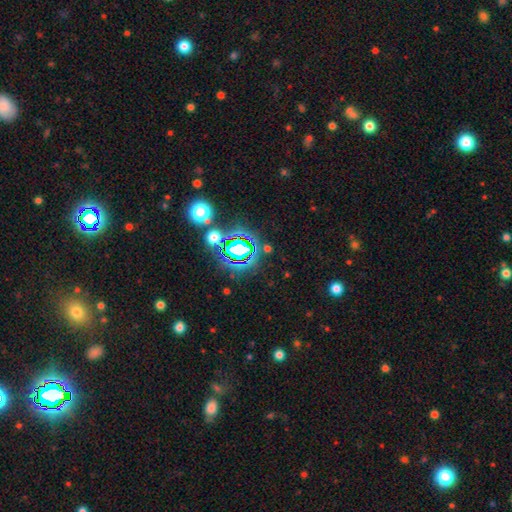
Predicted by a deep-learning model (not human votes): Overall: star or artifact (79%).